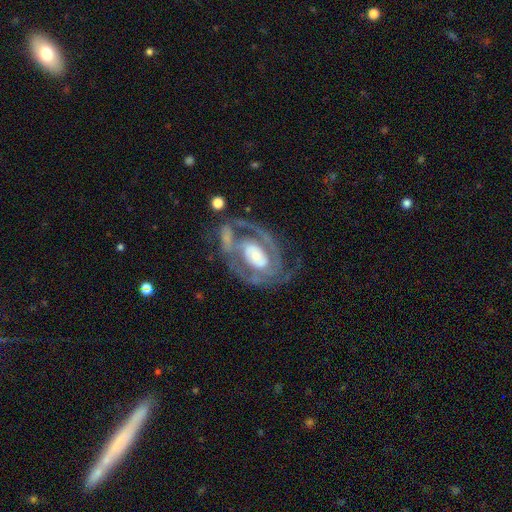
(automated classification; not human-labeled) This appears to be a featured or disk galaxy (86%) with no bar (42%), 2 (55%) tight (53%) spiral arms (86%) and a moderate central bulge (42%). Merging: none (61%).